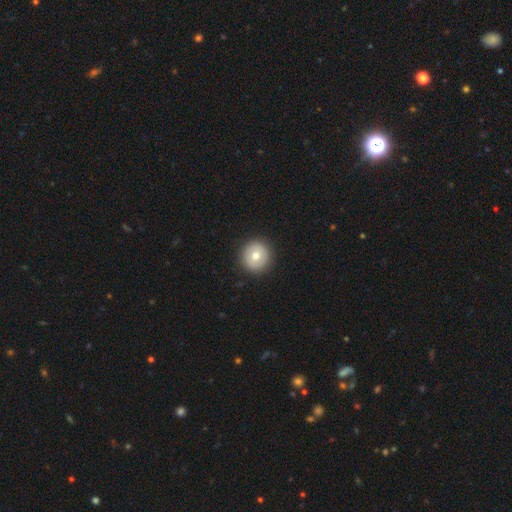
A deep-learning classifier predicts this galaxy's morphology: A smooth galaxy with no disk features (71%) that is round (95%). Merging: none (92%).